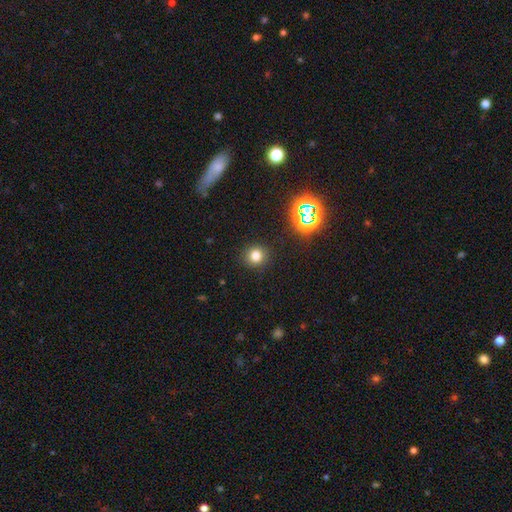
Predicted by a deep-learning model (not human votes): Morphology: type=smooth (75%); roundness=round (89%); merging=none (90%).